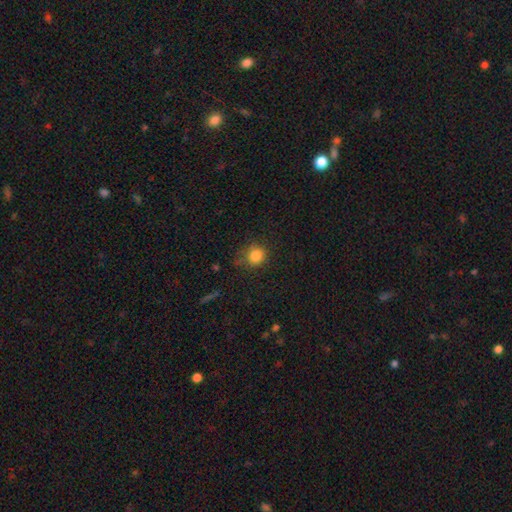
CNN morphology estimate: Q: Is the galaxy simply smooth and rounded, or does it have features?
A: smooth — 82%.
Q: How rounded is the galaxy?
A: round — 85%.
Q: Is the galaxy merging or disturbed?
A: none — 72%.